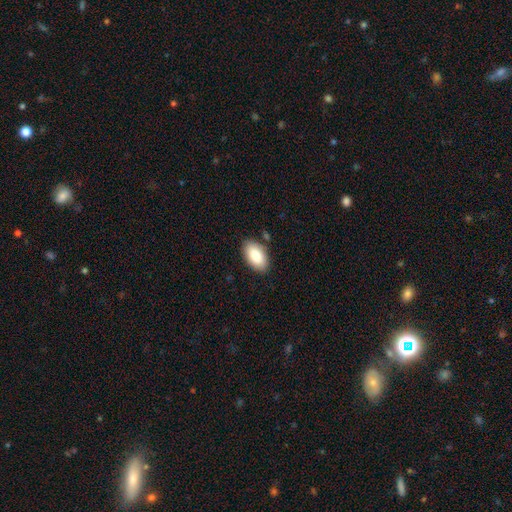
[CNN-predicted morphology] Smooth or featured? smooth (87%)
How rounded? in between (95%)
Merging? none (84%)